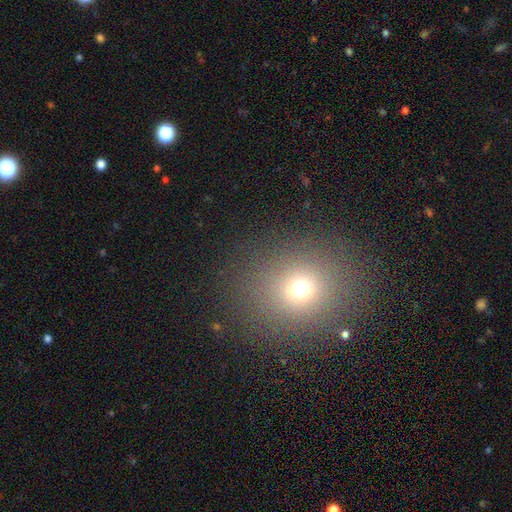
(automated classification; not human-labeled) A smooth galaxy with no disk features (66%) that is round (67%).

Vote fractions:
- Smooth or featured? smooth: 66% / star or artifact: 25% / featured or disk: 9%
- How rounded? round: 67% / in between: 32% / cigar-shaped: 1%
- Merging? none: 88% / minor disturbance: 7% / major disturbance: 3% / merger: 2%